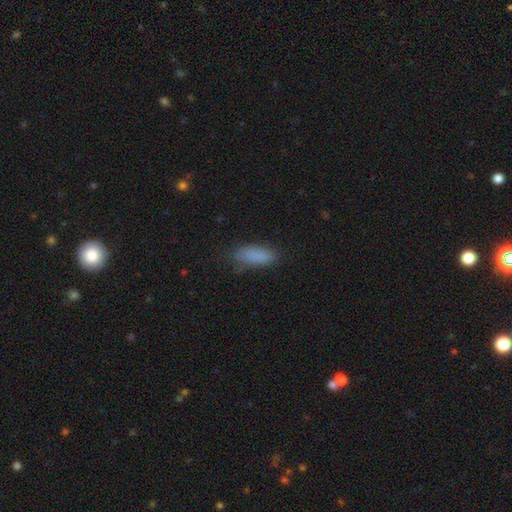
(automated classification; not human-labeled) Smooth or featured? smooth (85%)
How rounded? in between (69%)
Merging? none (72%)